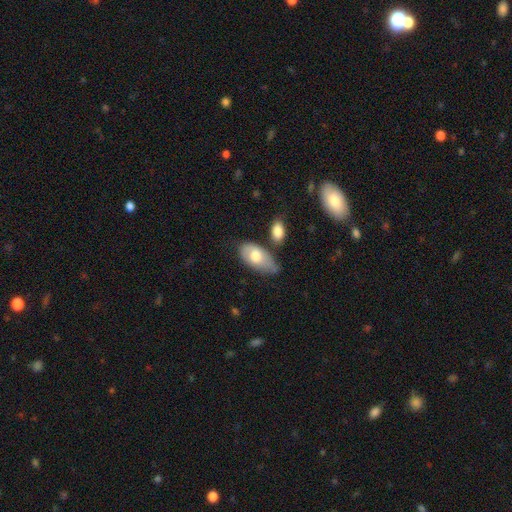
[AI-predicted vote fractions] smooth-or-featured: smooth: 70% | featured or disk: 24% | star or artifact: 6%
  how-rounded: in between: 94% | round: 3% | cigar-shaped: 3%
  merging: none: 45% | minor disturbance: 31% | merger: 14% | major disturbance: 10%